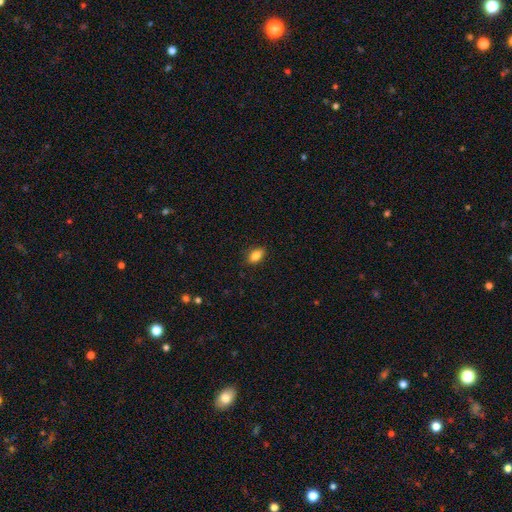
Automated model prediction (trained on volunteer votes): This appears to be a smooth galaxy with no disk features (84%) that is in between round and cigar-shaped (86%). Merging: none (84%).